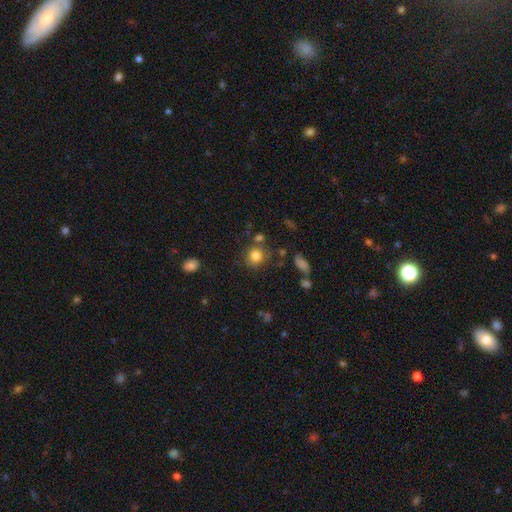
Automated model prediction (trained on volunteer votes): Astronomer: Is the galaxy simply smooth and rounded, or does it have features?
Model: smooth — 82%.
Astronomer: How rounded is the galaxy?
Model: round — 83%.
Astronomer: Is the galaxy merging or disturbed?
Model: none — 74%.